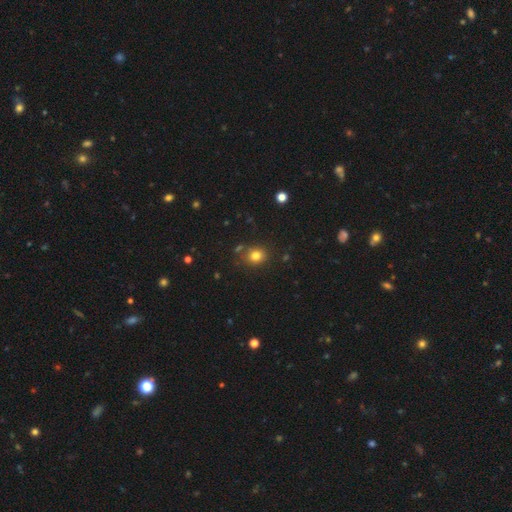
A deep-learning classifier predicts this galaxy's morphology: smooth_or_featured: smooth (p=0.79) [alt: star or artifact p=0.13]
how_rounded: round (p=0.69) [alt: in between p=0.30]
merging: none (p=0.78) [alt: minor disturbance p=0.12]